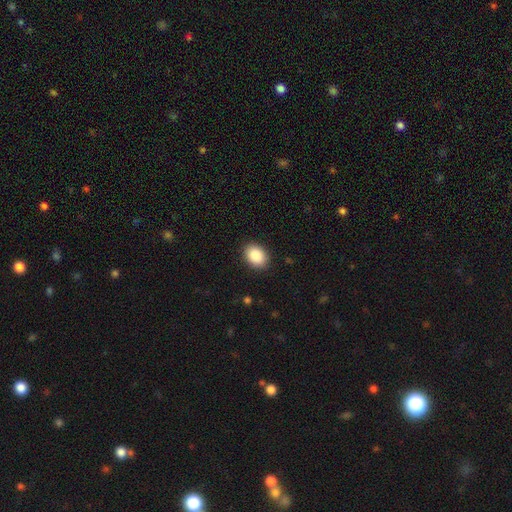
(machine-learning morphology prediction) smooth-or-featured: smooth: 87% | star or artifact: 8% | featured or disk: 5%
  how-rounded: in between: 68% | round: 31% | cigar-shaped: 1%
  merging: none: 90% | minor disturbance: 7% | major disturbance: 2% | merger: 1%